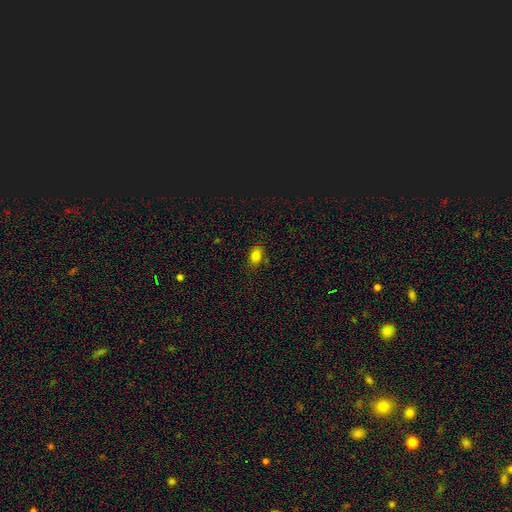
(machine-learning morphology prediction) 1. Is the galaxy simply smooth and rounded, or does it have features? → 82% smooth, 12% star or artifact, 6% featured or disk.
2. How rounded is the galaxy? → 81% in between, 18% round, 2% cigar-shaped.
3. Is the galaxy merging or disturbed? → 81% none, 13% minor disturbance, 3% major disturbance, 3% merger.